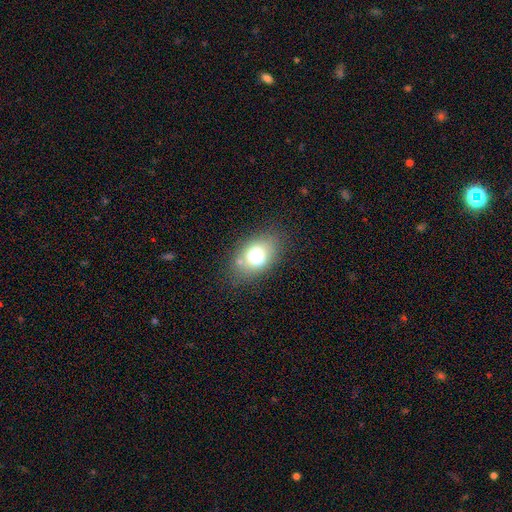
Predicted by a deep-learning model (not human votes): A smooth galaxy with no disk features (72%) that is in between round and cigar-shaped (76%). Merging: none (76%).